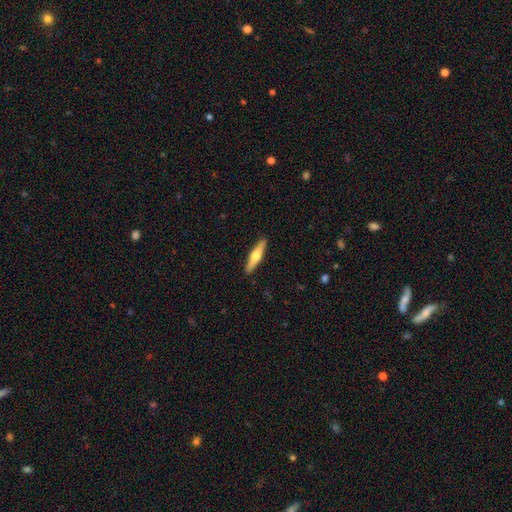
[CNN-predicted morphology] The model was most divided on "smooth or featured": featured or disk: 54%, smooth: 41%, star or artifact: 5%. More confident: edge-on disk — yes (96%); edge-on bulge — rounded (93%); merging — none (92%).